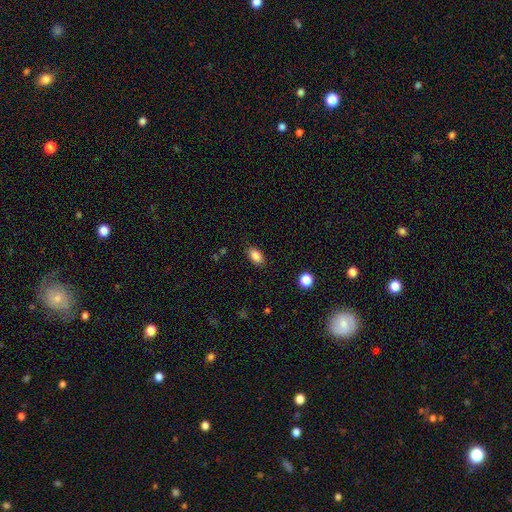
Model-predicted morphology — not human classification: type=smooth (85%); roundness=in between (89%); merging=none (86%).